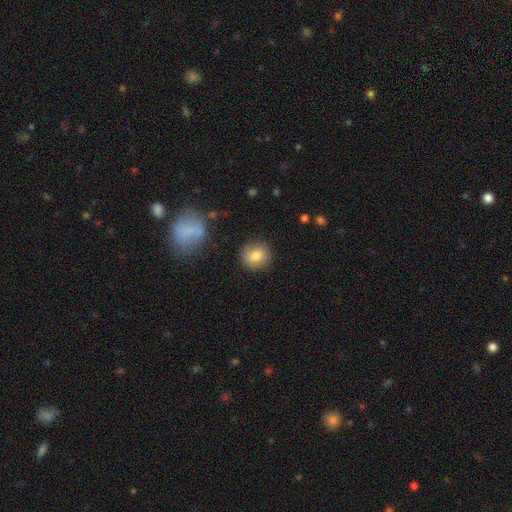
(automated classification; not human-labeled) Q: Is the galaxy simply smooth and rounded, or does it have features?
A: smooth — 82%.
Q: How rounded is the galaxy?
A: round — 89%.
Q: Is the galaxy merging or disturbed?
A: none — 88%.